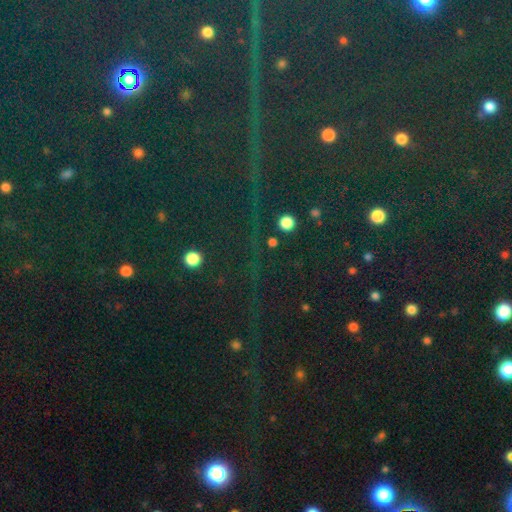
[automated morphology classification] smooth-or-featured: star or artifact: 82% | smooth: 10% | featured or disk: 8%